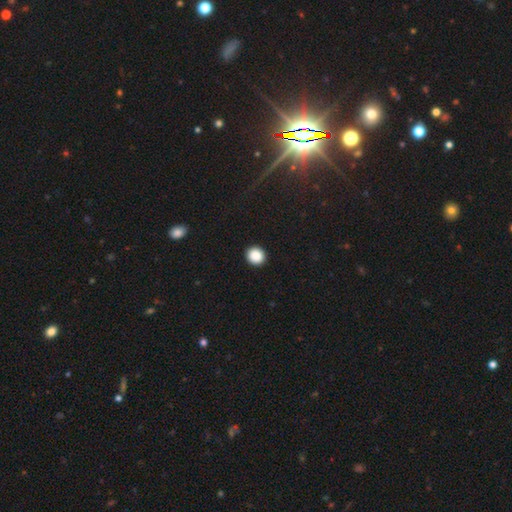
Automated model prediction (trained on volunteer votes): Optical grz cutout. It shows a smooth galaxy with no disk features (89%) that is round (89%). Merging: none (92%).